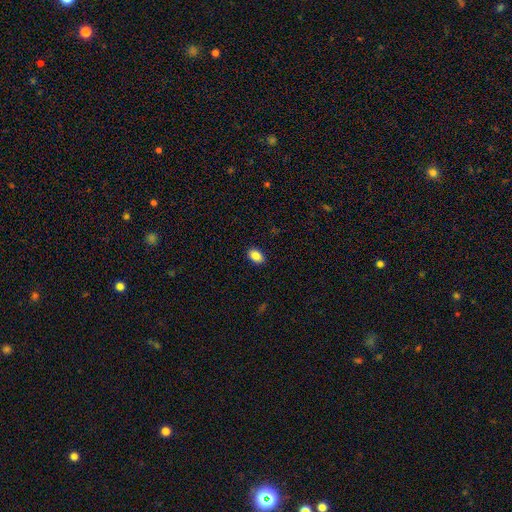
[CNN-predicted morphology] Smooth or featured? smooth (87%)
How rounded? in between (85%)
Merging? none (90%)